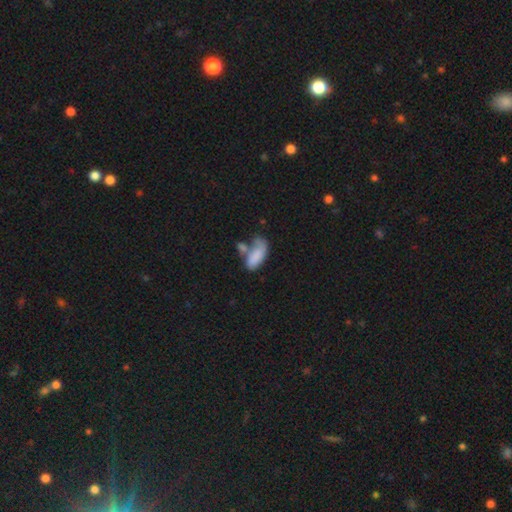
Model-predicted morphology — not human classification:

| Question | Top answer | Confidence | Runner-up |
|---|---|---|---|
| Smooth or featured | smooth | 76% | featured or disk (17%) |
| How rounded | in between | 89% | cigar-shaped (8%) |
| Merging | merger | 41% | none (26%) |